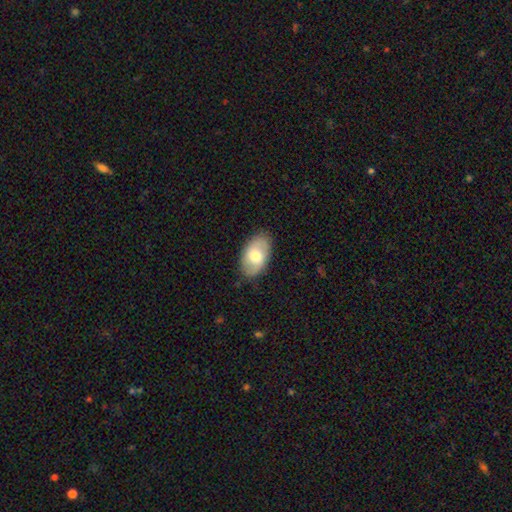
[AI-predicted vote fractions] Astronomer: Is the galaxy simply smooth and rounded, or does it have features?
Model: smooth — 60%.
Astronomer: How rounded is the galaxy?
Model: in between — 93%.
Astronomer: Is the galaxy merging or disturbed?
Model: none — 84%.